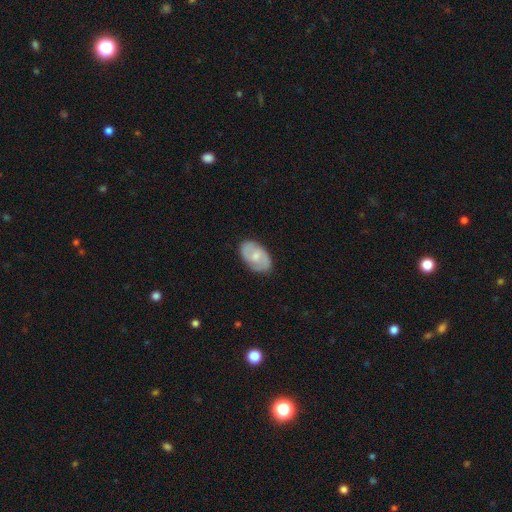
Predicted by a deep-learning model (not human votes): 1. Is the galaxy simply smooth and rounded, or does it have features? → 61% featured or disk, 33% smooth, 6% star or artifact.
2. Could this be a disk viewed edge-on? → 96% no, 4% yes.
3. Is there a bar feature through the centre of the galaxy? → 47% no, 45% weak, 7% strong.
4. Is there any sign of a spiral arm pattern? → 86% yes, 14% no.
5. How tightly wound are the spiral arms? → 47% medium, 34% tight, 20% loose.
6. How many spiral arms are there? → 82% 2, 11% can't tell, 2% 1, 2% 3, 1% 4, 1% more than 4.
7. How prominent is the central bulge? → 48% moderate, 43% small, 5% none, 3% large, 1% dominant.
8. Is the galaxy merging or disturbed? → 83% none, 13% minor disturbance, 3% major disturbance, 1% merger.